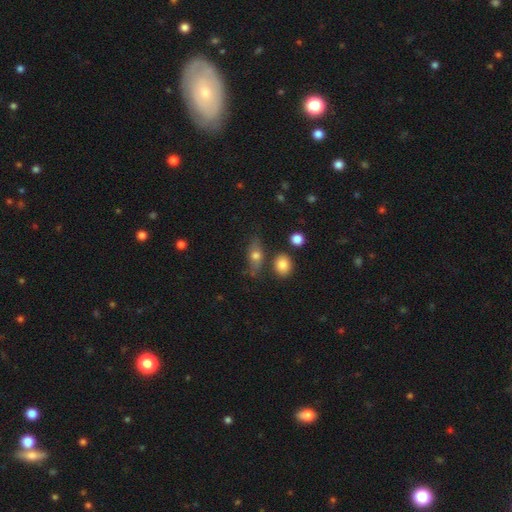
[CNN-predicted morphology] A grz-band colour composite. It shows a smooth galaxy with no disk features (64%) that is in between round and cigar-shaped (68%). Merging: none (66%).